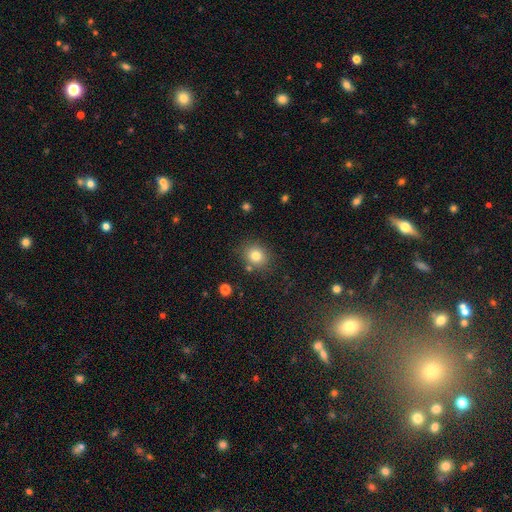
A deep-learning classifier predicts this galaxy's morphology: Q: Smooth or featured?
A: smooth (80%); runner-up: star or artifact (12%)
Q: How rounded?
A: round (73%); runner-up: in between (26%)
Q: Merging?
A: none (81%); runner-up: minor disturbance (10%)